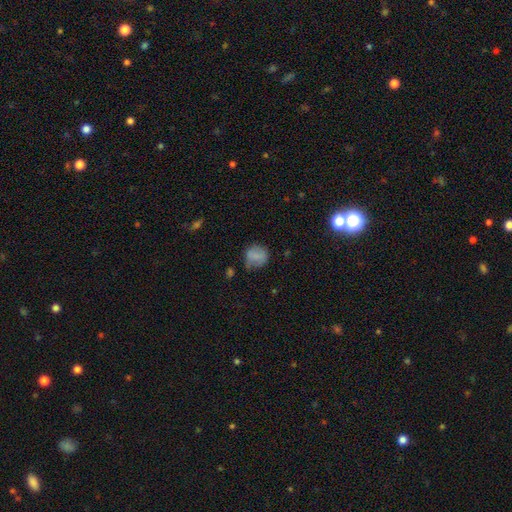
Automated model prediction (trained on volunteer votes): Q: Smooth or featured?
A: smooth (76%); runner-up: featured or disk (14%)
Q: How rounded?
A: round (75%); runner-up: in between (24%)
Q: Merging?
A: none (58%); runner-up: minor disturbance (29%)